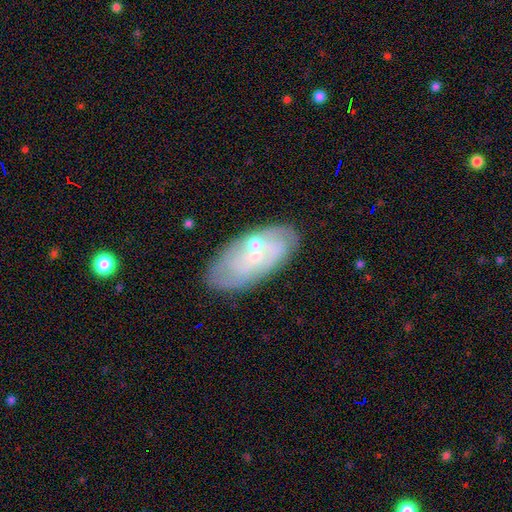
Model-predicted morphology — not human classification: type=featured or disk (60%); edge-on=no (92%); bar=no (71%); spiral arms=yes (67%); bulge=small (71%); merging=none (72%).